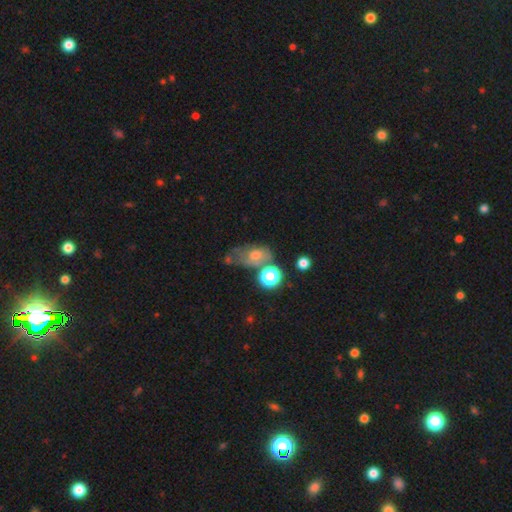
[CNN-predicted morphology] A smooth galaxy with no disk features (51%) that is in between round and cigar-shaped (72%).

Vote fractions:
- Smooth or featured? smooth: 51% / featured or disk: 30% / star or artifact: 18%
- How rounded? in between: 72% / round: 24% / cigar-shaped: 4%
- Merging? none: 32% / merger: 24% / minor disturbance: 22% / major disturbance: 21%